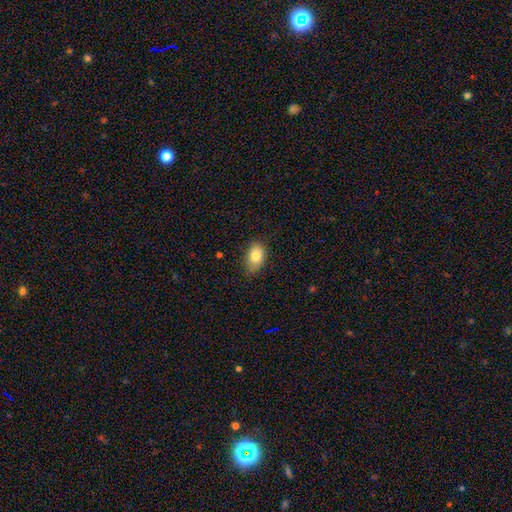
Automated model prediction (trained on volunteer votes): Smooth or featured? smooth (83%)
How rounded? in between (88%)
Merging? none (76%)